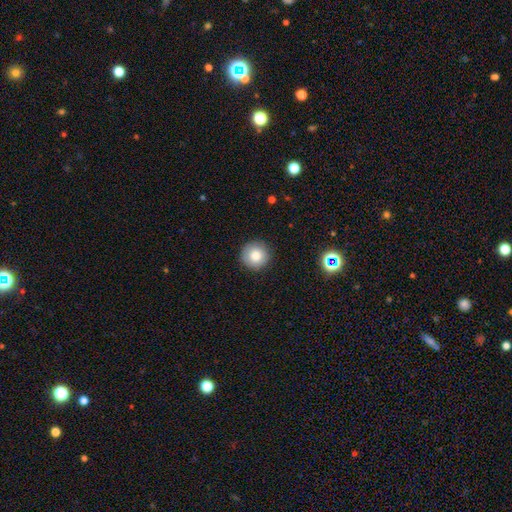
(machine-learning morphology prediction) Smooth or featured? smooth (78%)
How rounded? round (96%)
Merging? none (90%)